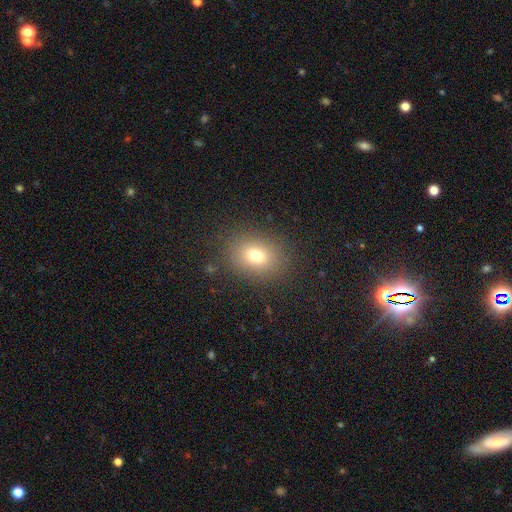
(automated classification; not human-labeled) Smooth or featured? smooth (76%)
How rounded? in between (59%)
Merging? none (86%)